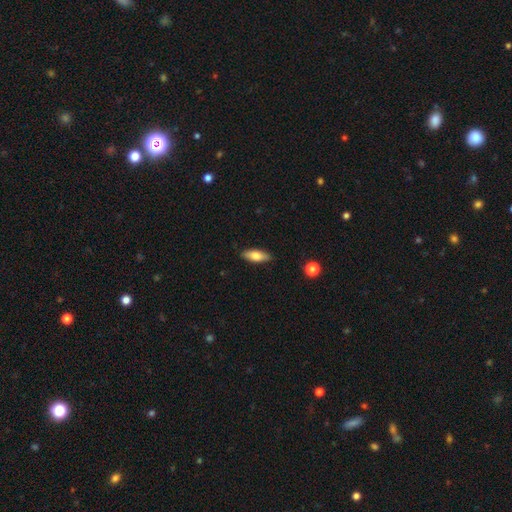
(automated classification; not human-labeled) Smooth or featured? smooth (74%)
How rounded? in between (71%)
Merging? none (87%)